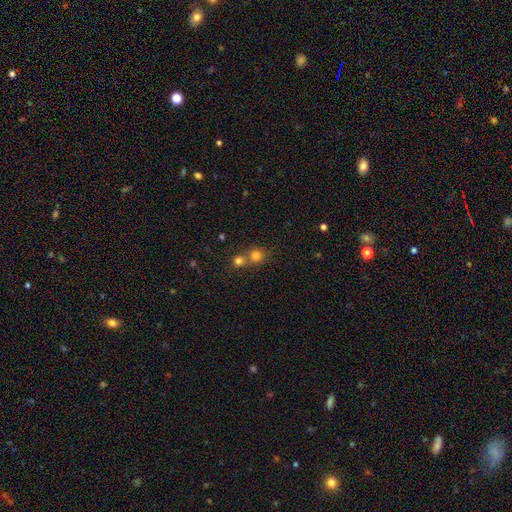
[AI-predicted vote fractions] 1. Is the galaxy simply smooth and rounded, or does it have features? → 76% smooth, 16% star or artifact, 8% featured or disk.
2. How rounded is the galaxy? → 89% round, 10% in between, 1% cigar-shaped.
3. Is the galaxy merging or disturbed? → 52% none, 40% merger, 6% minor disturbance, 2% major disturbance.